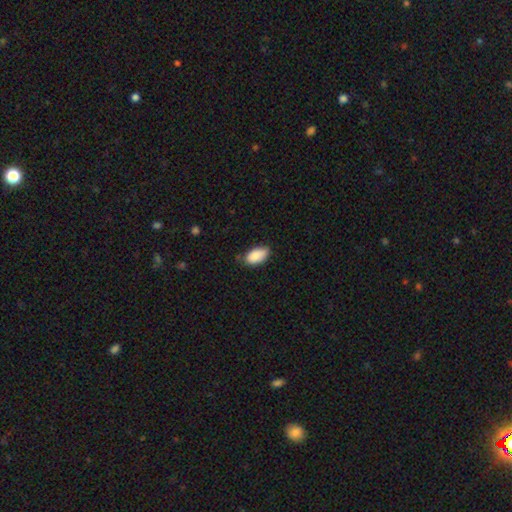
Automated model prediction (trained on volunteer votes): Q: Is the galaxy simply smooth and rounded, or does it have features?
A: smooth — 88%.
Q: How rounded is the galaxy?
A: in between — 94%.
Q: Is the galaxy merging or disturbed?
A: none — 69%.